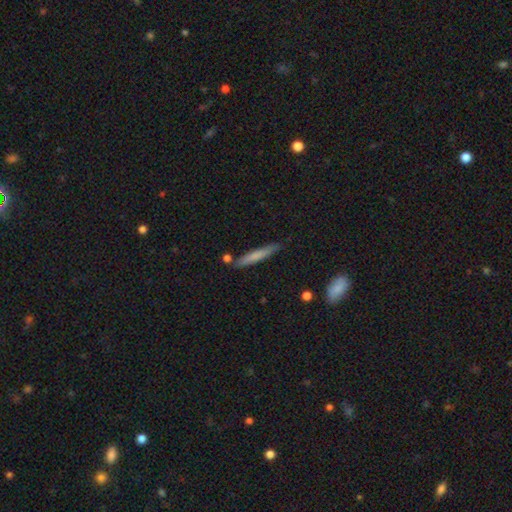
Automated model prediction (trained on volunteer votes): A smooth galaxy with no disk features (68%) that is cigar-shaped (94%).

Vote fractions:
- Smooth or featured? smooth: 68% / featured or disk: 26% / star or artifact: 6%
- How rounded? cigar-shaped: 94% / in between: 5% / round: 1%
- Merging? none: 81% / minor disturbance: 12% / merger: 5% / major disturbance: 2%